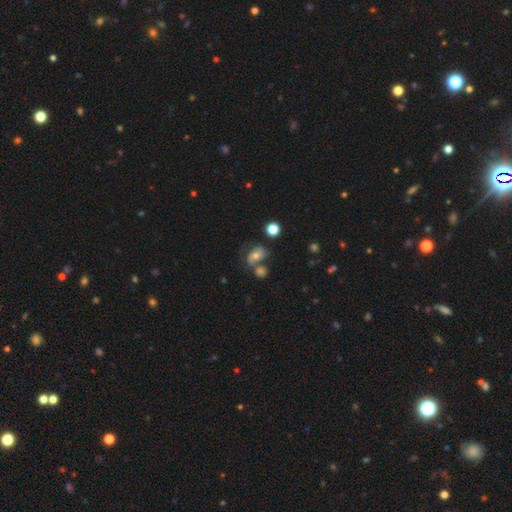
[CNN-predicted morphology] Overall: featured or disk (44%; smooth 43%). Merging: none (43%; merger 28%).